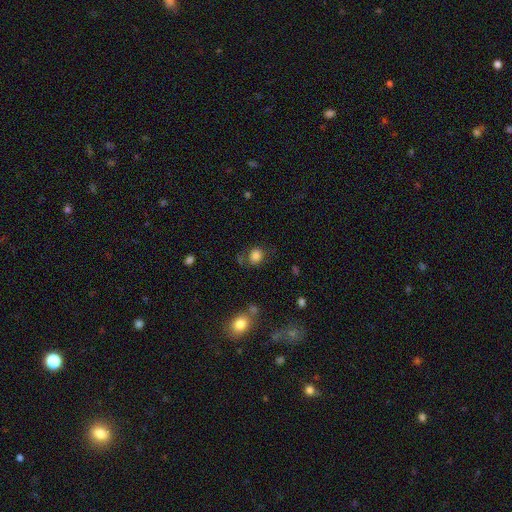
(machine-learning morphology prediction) A smooth galaxy with no disk features (82%) that is round (71%). Merging: none (71%).